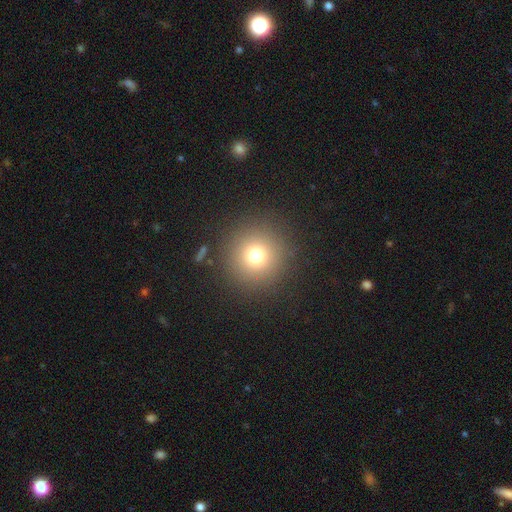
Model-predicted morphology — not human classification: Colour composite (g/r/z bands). It shows a smooth galaxy with no disk features (73%) that is round (96%). Merging: none (89%).